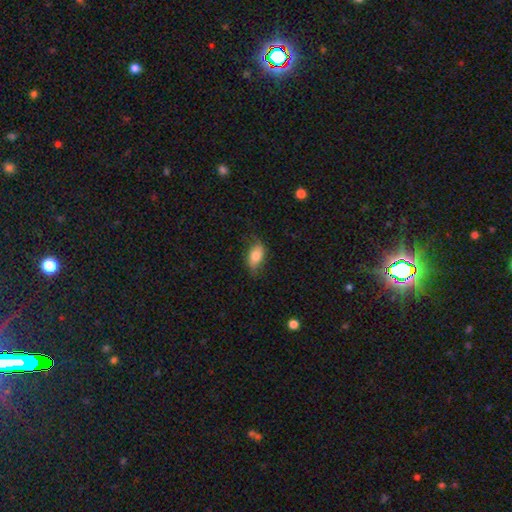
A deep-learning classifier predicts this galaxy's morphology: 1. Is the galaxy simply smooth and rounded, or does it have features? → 70% smooth, 22% featured or disk, 7% star or artifact.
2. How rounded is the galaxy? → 88% in between, 7% cigar-shaped, 6% round.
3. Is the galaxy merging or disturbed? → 67% none, 24% minor disturbance, 7% major disturbance, 1% merger.